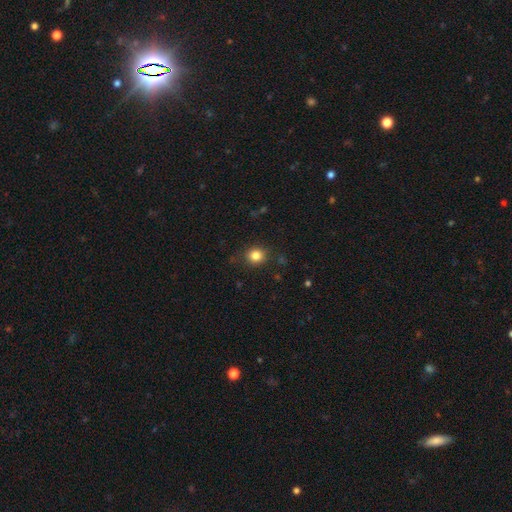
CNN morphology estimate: A smooth galaxy with no disk features (83%) that is round (81%).

Vote fractions:
- Smooth or featured? smooth: 83% / star or artifact: 12% / featured or disk: 5%
- How rounded? round: 81% / in between: 18% / cigar-shaped: 1%
- Merging? none: 86% / minor disturbance: 10% / major disturbance: 3% / merger: 1%